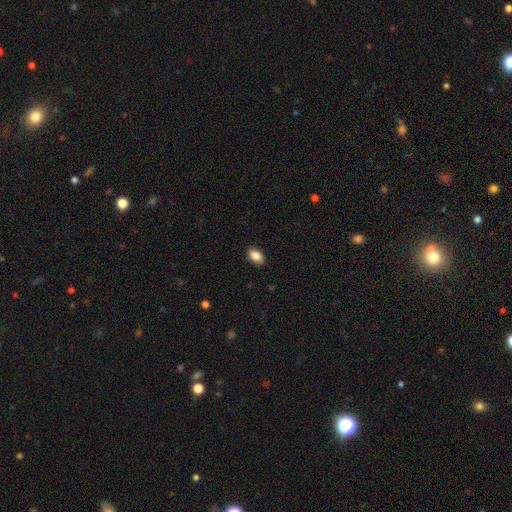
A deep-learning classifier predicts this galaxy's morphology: Smooth or featured? Predicted: smooth (p=0.88). How rounded? Predicted: in between (p=0.91). Merging? Predicted: none (p=0.89).